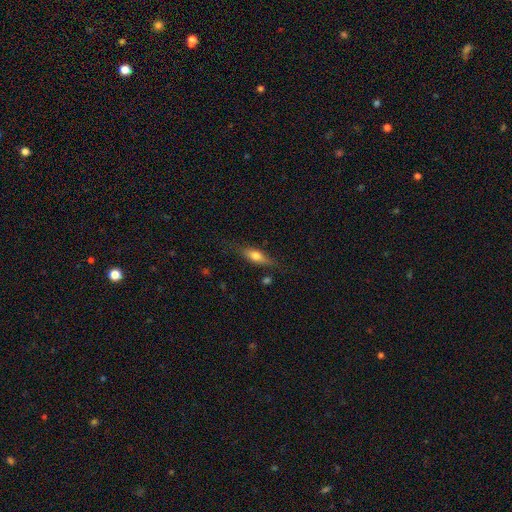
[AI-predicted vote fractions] Smooth or featured? Predicted: smooth (p=0.62). How rounded? Predicted: in between (p=0.55). Merging? Predicted: none (p=0.72).